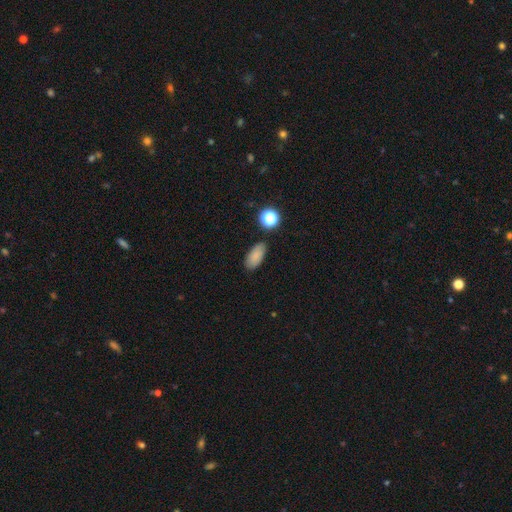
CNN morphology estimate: smooth 83%, star or artifact 10%, featured or disk 7%. Down the decision tree: how rounded — in between (90%); merging — none (82%).